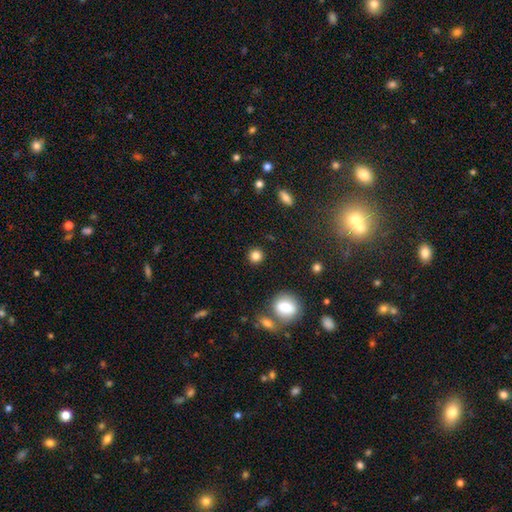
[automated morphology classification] This appears to be a smooth galaxy with no disk features (83%) that is round (91%). Merging: none (89%).